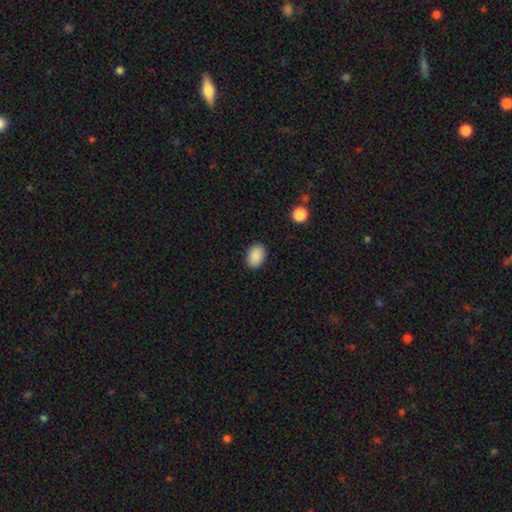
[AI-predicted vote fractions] smooth_or_featured: smooth (p=0.89) [alt: star or artifact p=0.08]
how_rounded: in between (p=0.80) [alt: round p=0.19]
merging: none (p=0.89) [alt: minor disturbance p=0.08]